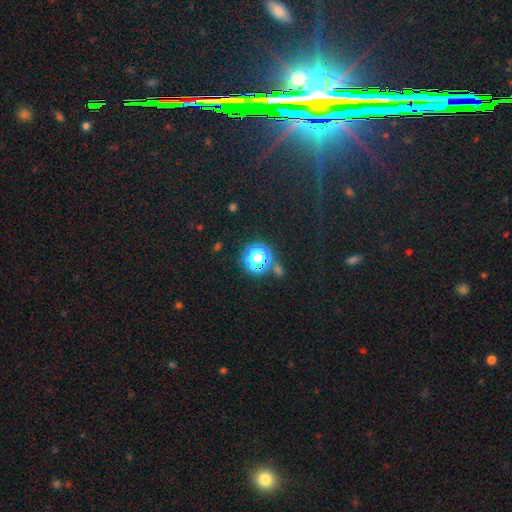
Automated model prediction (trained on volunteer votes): Smooth or featured? star or artifact (56%)